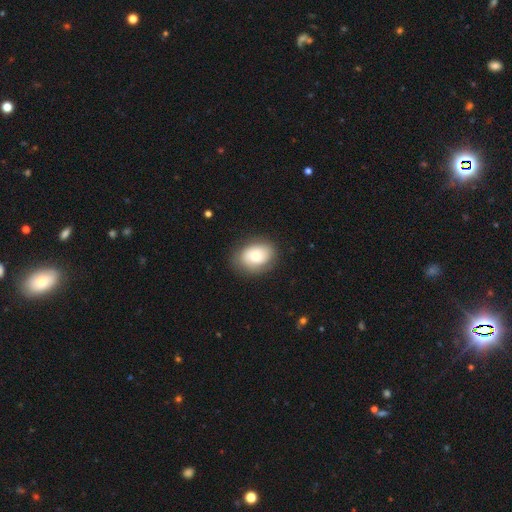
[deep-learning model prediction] The model was most divided on "how rounded": in between: 68%, round: 31%, cigar-shaped: 1%. More confident: merging — none (80%); smooth or featured — smooth (74%).